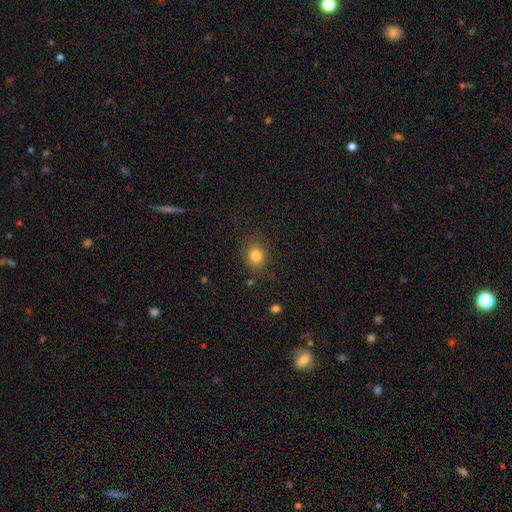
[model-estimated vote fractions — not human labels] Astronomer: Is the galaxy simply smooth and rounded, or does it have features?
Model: smooth — 82%.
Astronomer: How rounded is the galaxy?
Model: round — 66%.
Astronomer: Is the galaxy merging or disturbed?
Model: none — 81%.